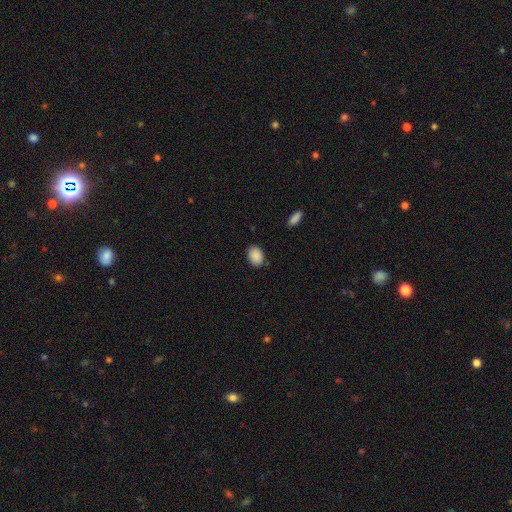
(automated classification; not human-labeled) This appears to be a smooth galaxy with no disk features (89%) that is in between round and cigar-shaped (80%). Merging: none (85%).